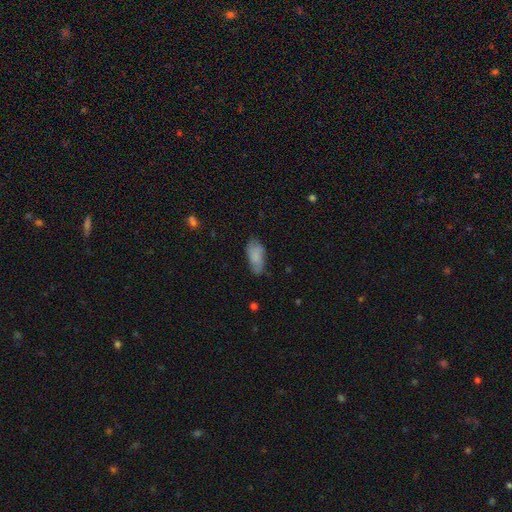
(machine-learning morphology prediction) smooth 76%, featured or disk 17%, star or artifact 7%. Down the decision tree: how rounded — in between (89%); merging — none (69%).